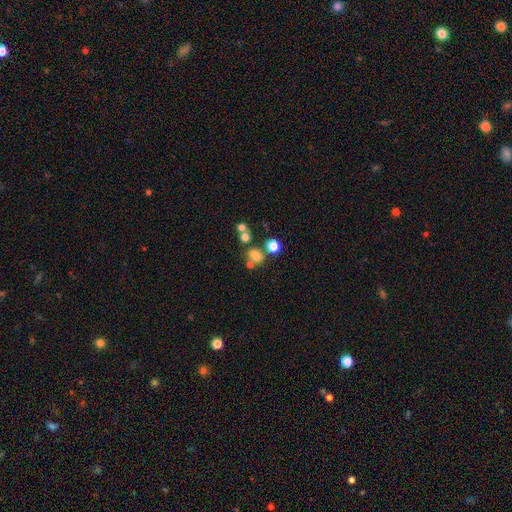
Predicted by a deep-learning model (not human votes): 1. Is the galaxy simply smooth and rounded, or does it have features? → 67% smooth, 20% star or artifact, 13% featured or disk.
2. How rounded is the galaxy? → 53% round, 46% in between, 2% cigar-shaped.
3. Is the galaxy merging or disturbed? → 46% none, 35% merger, 11% minor disturbance, 8% major disturbance.